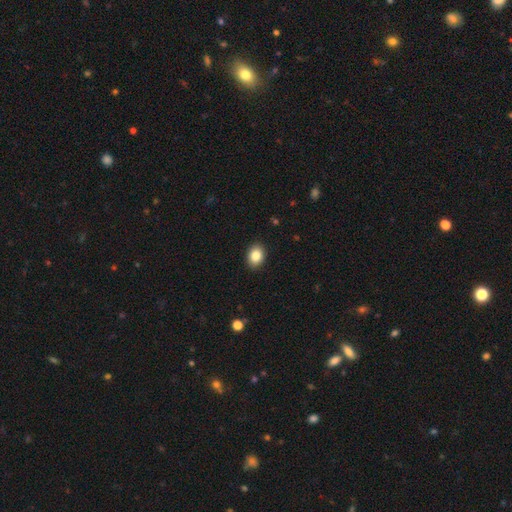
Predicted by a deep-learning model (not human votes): Smooth or featured: smooth — 86% (star or artifact — 8%)
How rounded: in between — 70% (round — 29%)
Merging: none — 90% (minor disturbance — 7%)